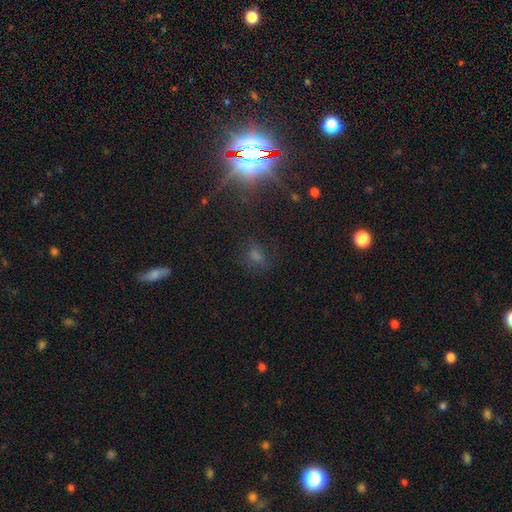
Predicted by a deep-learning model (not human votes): Overall: star or artifact (52%; smooth 33%).